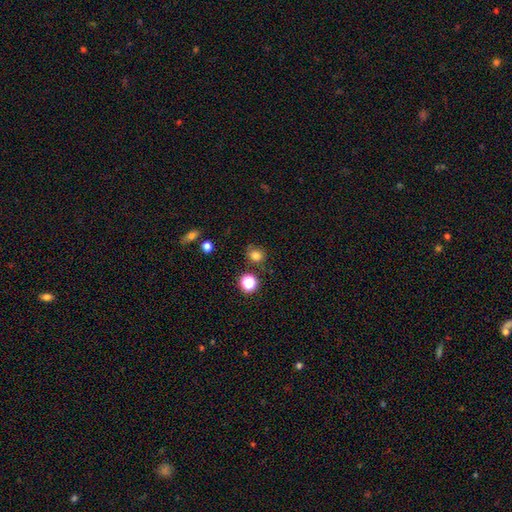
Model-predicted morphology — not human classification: The model was most divided on "how rounded": round: 73%, in between: 26%, cigar-shaped: 1%. More confident: smooth or featured — smooth (77%); merging — none (73%).